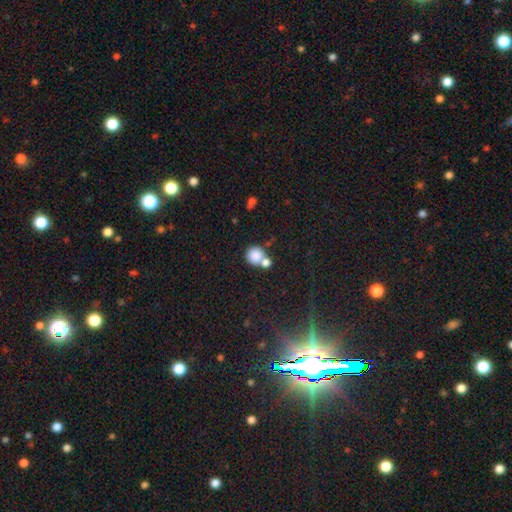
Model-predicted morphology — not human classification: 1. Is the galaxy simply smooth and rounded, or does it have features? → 82% smooth, 10% star or artifact, 8% featured or disk.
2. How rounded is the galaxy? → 88% round, 11% in between, 1% cigar-shaped.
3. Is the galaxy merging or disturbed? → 48% none, 39% merger, 9% minor disturbance, 4% major disturbance.